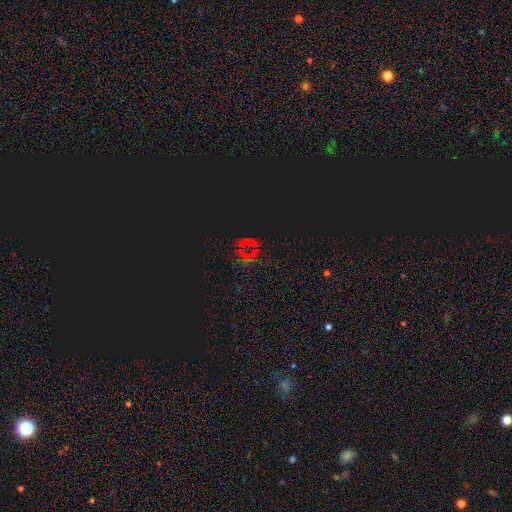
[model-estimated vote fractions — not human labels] Smooth or featured?
  - star or artifact: 69% *
  - smooth: 17%
  - featured or disk: 13%